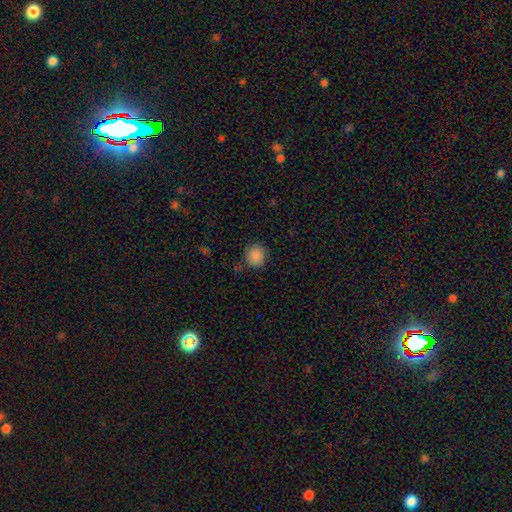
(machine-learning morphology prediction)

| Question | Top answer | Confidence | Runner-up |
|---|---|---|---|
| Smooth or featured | smooth | 87% | star or artifact (9%) |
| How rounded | round | 91% | in between (8%) |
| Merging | none | 85% | minor disturbance (10%) |